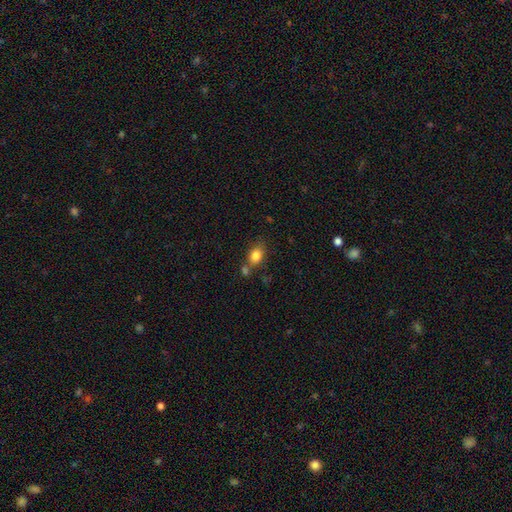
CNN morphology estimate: The model was most divided on "merging": none: 60%, merger: 20%, minor disturbance: 15%, major disturbance: 5%. More confident: smooth or featured — smooth (83%); how rounded — in between (75%).